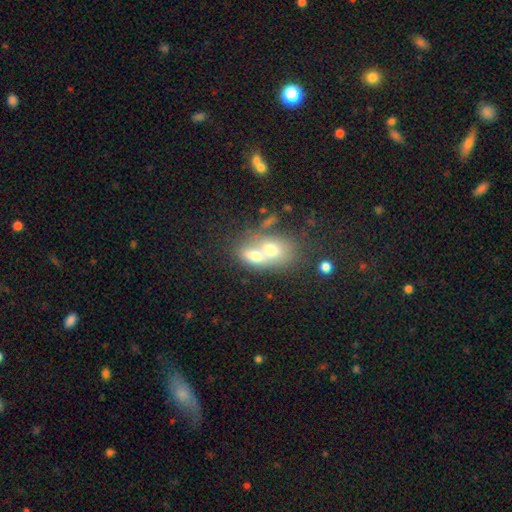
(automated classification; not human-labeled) Morphology: type=smooth (65%); roundness=in between (71%); merging=merger (73%).